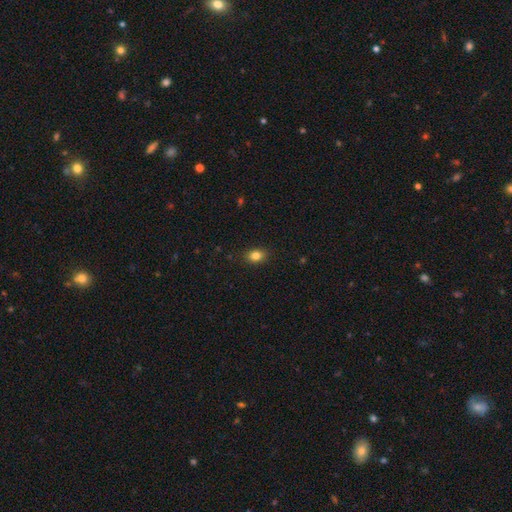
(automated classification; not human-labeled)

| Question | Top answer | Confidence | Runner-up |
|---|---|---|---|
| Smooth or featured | smooth | 83% | star or artifact (11%) |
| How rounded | in between | 68% | round (30%) |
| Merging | none | 87% | minor disturbance (9%) |